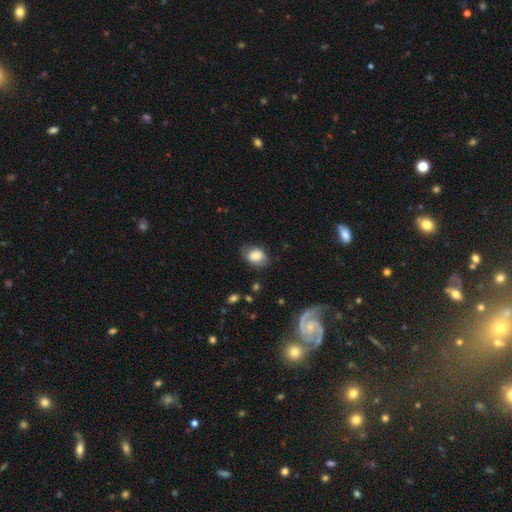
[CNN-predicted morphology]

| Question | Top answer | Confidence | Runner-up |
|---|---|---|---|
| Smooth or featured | smooth | 79% | featured or disk (14%) |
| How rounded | in between | 75% | round (24%) |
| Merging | none | 70% | minor disturbance (22%) |